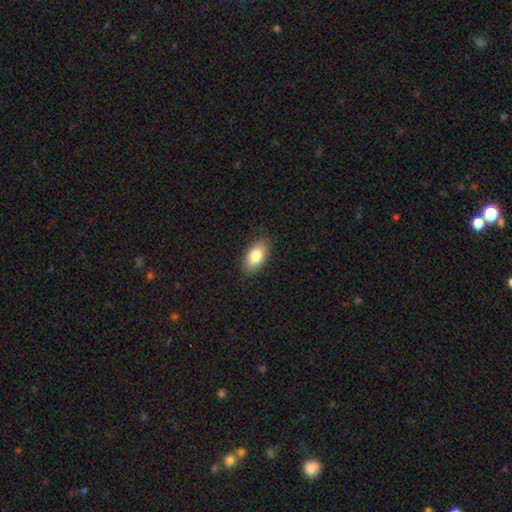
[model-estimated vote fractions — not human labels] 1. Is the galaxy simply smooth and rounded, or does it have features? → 83% smooth, 10% featured or disk, 7% star or artifact.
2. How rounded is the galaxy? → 92% in between, 4% round, 4% cigar-shaped.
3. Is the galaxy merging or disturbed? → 87% none, 10% minor disturbance, 2% major disturbance, 1% merger.